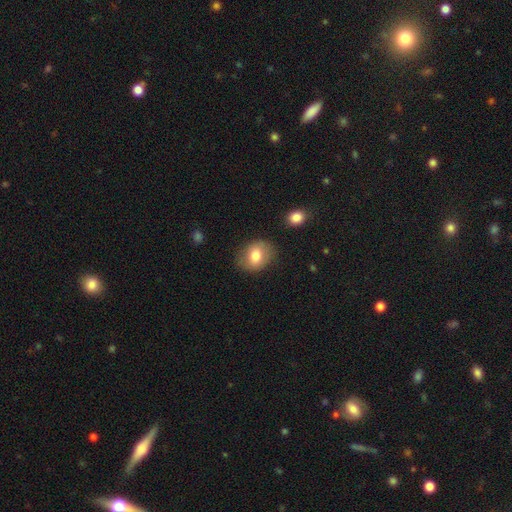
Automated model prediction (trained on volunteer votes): This appears to be a smooth galaxy with no disk features (76%) that is in between round and cigar-shaped (61%). Merging: none (80%).